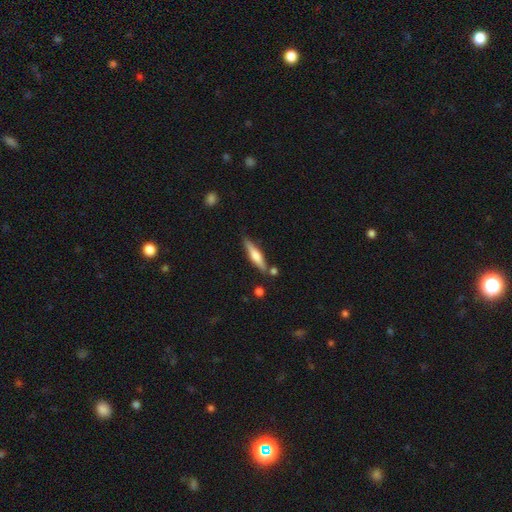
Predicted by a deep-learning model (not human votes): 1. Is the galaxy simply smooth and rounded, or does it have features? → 51% featured or disk, 43% smooth, 6% star or artifact.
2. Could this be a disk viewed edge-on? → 95% yes, 5% no.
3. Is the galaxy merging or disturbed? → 81% none, 11% minor disturbance, 6% merger, 2% major disturbance.